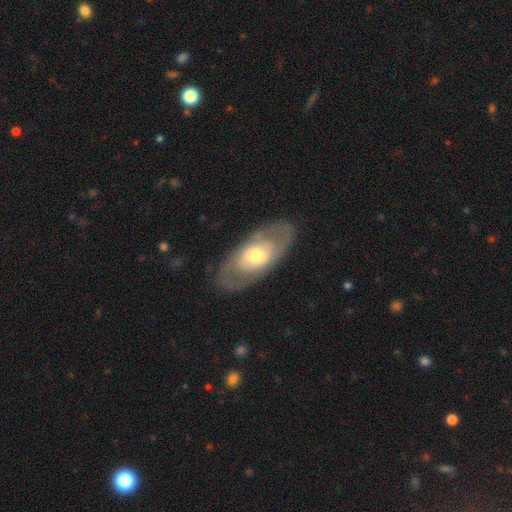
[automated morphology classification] Smooth or featured? featured or disk (58%)
Edge-on disk? no (86%)
Bar? no (74%)
Spiral arms? no (63%)
Bulge size? moderate (60%)
Merging? none (82%)